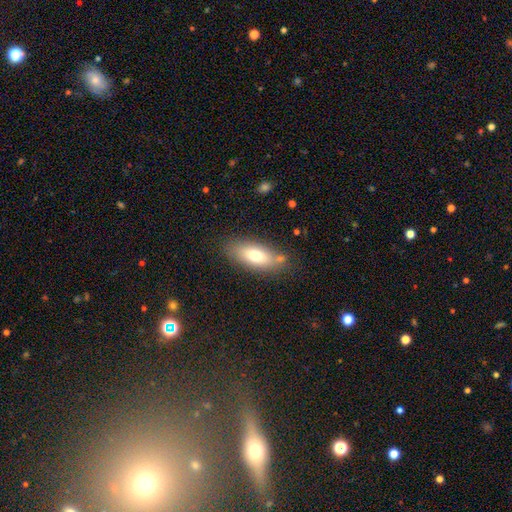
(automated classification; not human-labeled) A smooth galaxy with no disk features (72%) that is in between round and cigar-shaped (82%).

Vote fractions:
- Smooth or featured? smooth: 72% / featured or disk: 20% / star or artifact: 8%
- How rounded? in between: 82% / cigar-shaped: 14% / round: 4%
- Merging? none: 74% / minor disturbance: 16% / merger: 5% / major disturbance: 4%